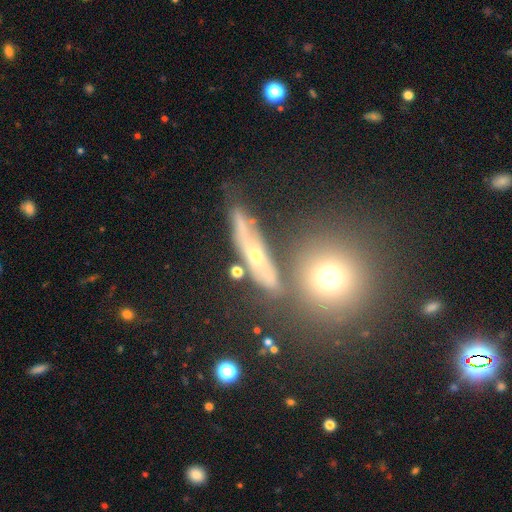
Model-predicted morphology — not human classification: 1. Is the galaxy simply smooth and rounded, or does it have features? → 48% featured or disk, 37% smooth, 14% star or artifact.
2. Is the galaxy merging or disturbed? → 64% none, 17% minor disturbance, 12% merger, 7% major disturbance.